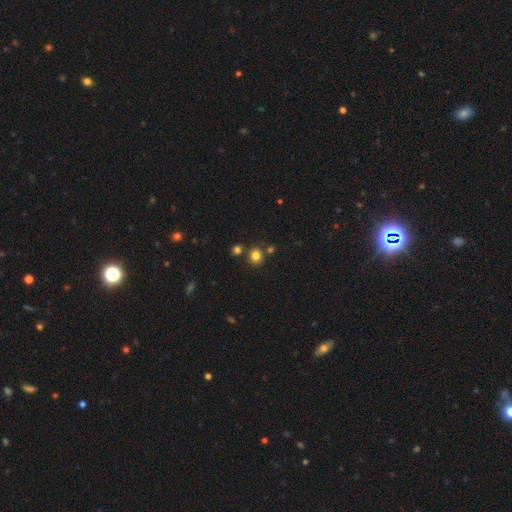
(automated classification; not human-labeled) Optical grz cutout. It shows a smooth galaxy with no disk features (80%) that is round (89%). Merging: none (79%).